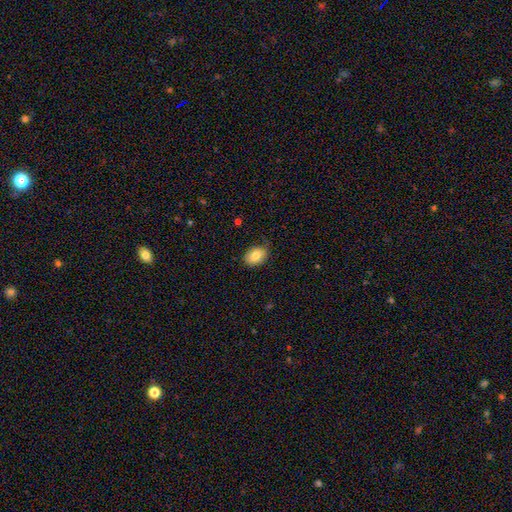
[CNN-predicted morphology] Smooth or featured: smooth — 81% (featured or disk — 11%)
How rounded: in between — 77% (round — 22%)
Merging: none — 76% (minor disturbance — 20%)